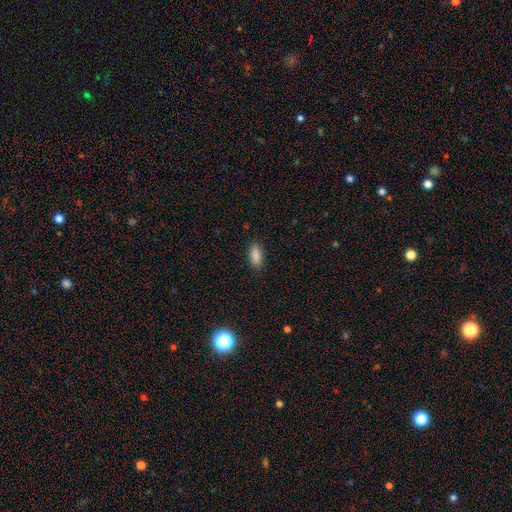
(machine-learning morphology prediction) A smooth galaxy with no disk features (89%) that is in between round and cigar-shaped (83%). Merging: none (89%).